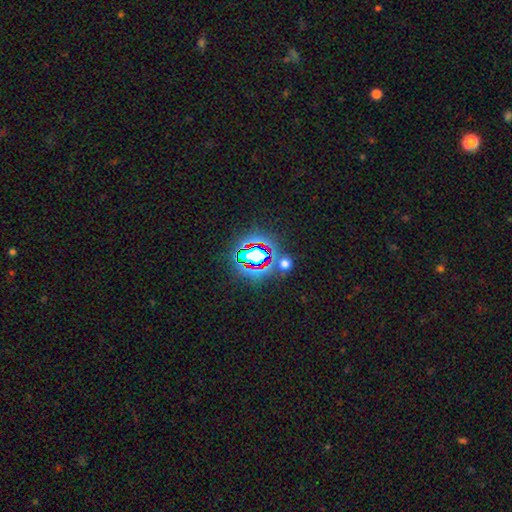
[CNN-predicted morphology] Smooth or featured? Predicted: star or artifact (p=0.68).